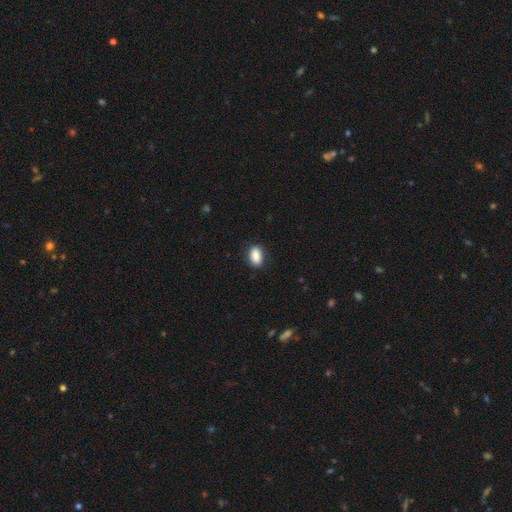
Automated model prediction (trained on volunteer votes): This appears to be a smooth galaxy with no disk features (88%) that is in between round and cigar-shaped (87%). Merging: none (85%).